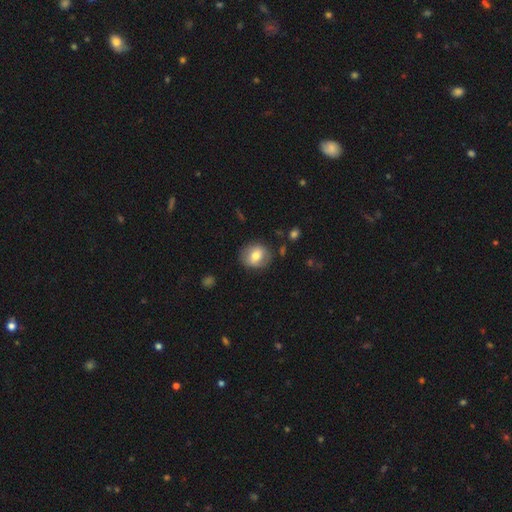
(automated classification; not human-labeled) The model was most divided on "smooth or featured": smooth: 65%, featured or disk: 27%, star or artifact: 8%. More confident: merging — none (83%); how rounded — round (70%).